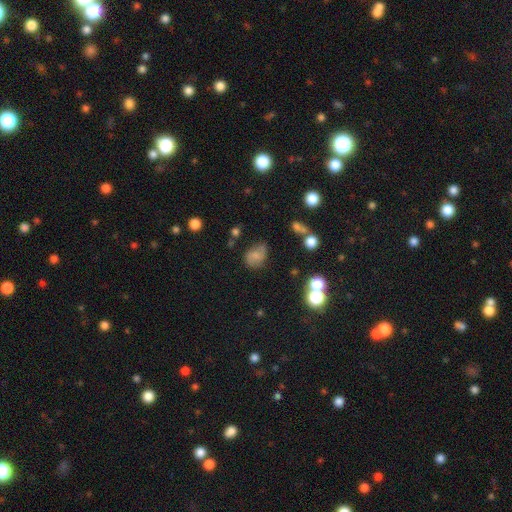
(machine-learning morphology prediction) This appears to be a smooth galaxy with no disk features (49%). Merging: none (62%).